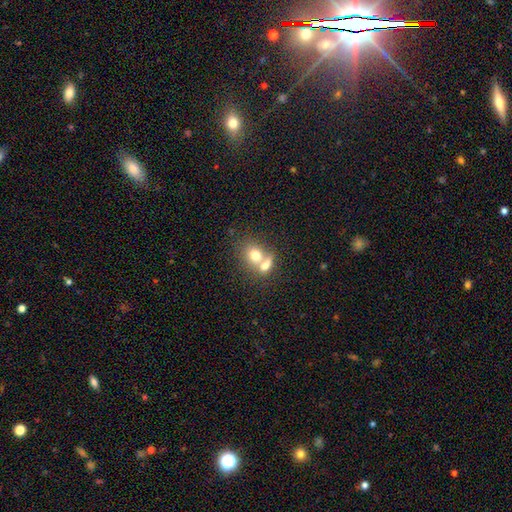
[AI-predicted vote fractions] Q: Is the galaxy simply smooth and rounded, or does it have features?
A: smooth — 72%.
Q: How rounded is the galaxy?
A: round — 52%.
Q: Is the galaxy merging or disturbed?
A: merger — 66%.